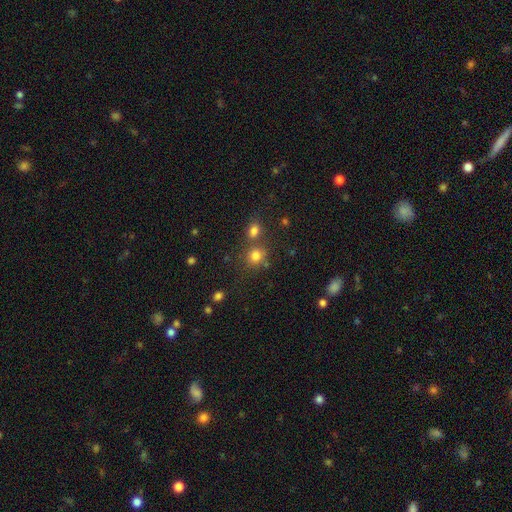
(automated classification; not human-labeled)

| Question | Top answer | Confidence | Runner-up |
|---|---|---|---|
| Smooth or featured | smooth | 78% | star or artifact (15%) |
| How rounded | round | 80% | in between (19%) |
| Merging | none | 60% | merger (26%) |